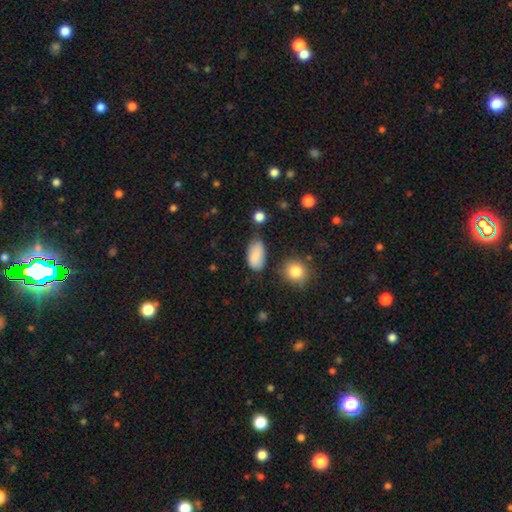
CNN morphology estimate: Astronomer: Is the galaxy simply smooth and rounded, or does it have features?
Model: smooth — 84%.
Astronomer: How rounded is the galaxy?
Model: in between — 92%.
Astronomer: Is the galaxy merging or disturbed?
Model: none — 61%.